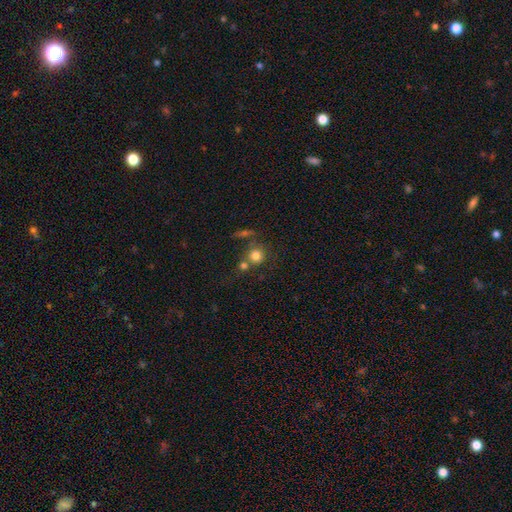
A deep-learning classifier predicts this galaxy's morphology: smooth-or-featured: smooth: 78% | star or artifact: 12% | featured or disk: 10%
  how-rounded: round: 88% | in between: 11% | cigar-shaped: 1%
  merging: none: 54% | merger: 31% | minor disturbance: 10% | major disturbance: 5%